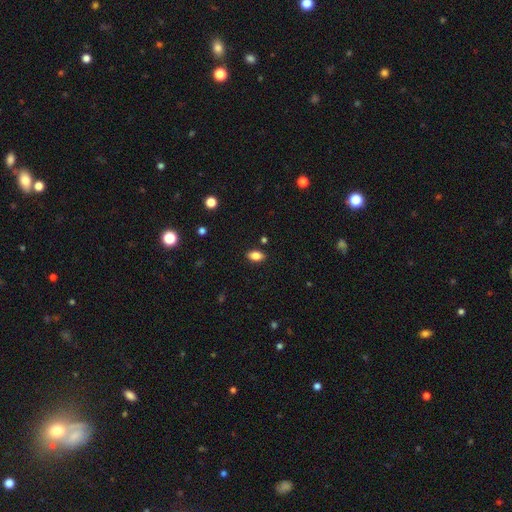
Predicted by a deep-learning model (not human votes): smooth_or_featured: smooth (p=0.83) [alt: star or artifact p=0.09]
how_rounded: in between (p=0.89) [alt: round p=0.07]
merging: none (p=0.87) [alt: minor disturbance p=0.09]